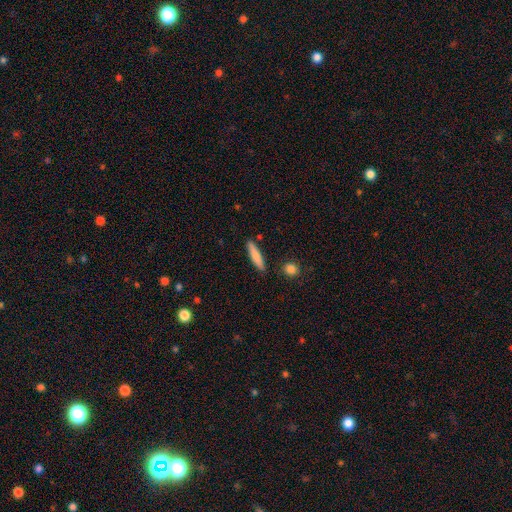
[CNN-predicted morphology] A smooth galaxy with no disk features (78%) that is cigar-shaped (87%). Merging: none (87%).